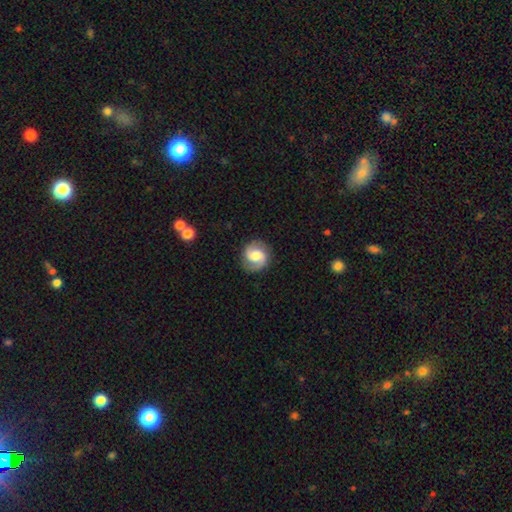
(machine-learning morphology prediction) The model was most divided on "bar": weak: 46%, no: 41%, strong: 13%. Remaining: edge-on disk — no (98%); spiral arms — yes (94%); spiral arm count — 2 (89%); merging — none (85%); smooth or featured — featured or disk (70%); bulge size — moderate (55%); spiral winding — medium (48%).